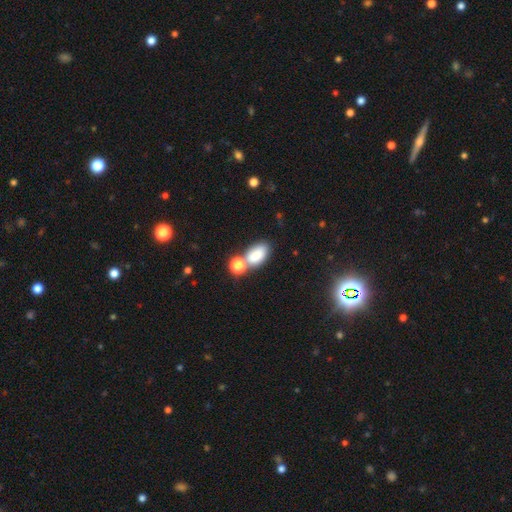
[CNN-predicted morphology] smooth-or-featured: smooth: 82% | star or artifact: 10% | featured or disk: 8%
  how-rounded: in between: 90% | round: 8% | cigar-shaped: 2%
  merging: none: 48% | merger: 33% | minor disturbance: 13% | major disturbance: 6%